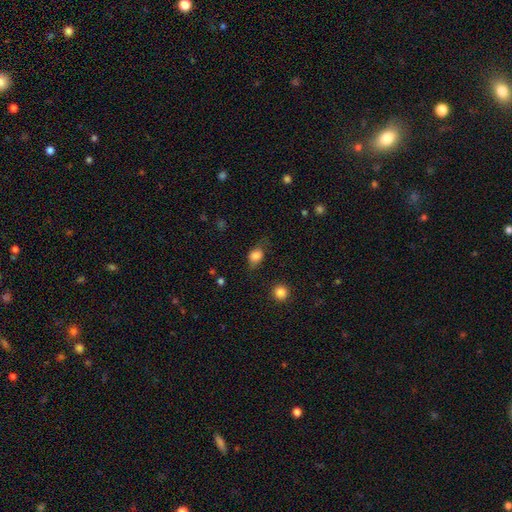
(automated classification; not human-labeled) Overall: smooth (80%). How rounded: in between (68%; round 30%). Merging: none (60%; minor disturbance 27%).